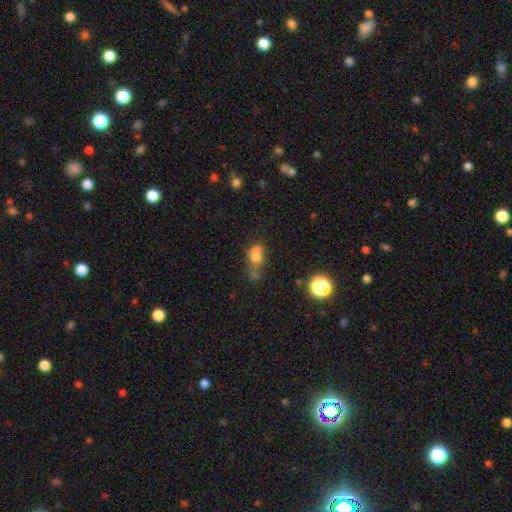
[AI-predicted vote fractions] Morphology: type=smooth (66%); roundness=in between (56%); merging=merger (34%).